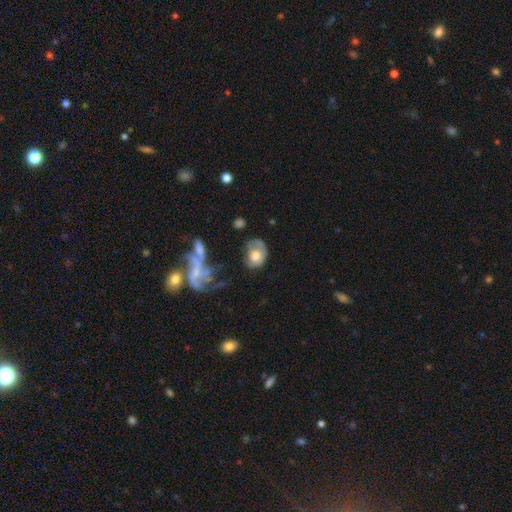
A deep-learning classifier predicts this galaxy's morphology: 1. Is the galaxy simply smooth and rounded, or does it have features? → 51% smooth, 40% featured or disk, 8% star or artifact.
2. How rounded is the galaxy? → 57% in between, 42% round, 2% cigar-shaped.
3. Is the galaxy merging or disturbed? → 37% none, 28% minor disturbance, 27% major disturbance, 8% merger.